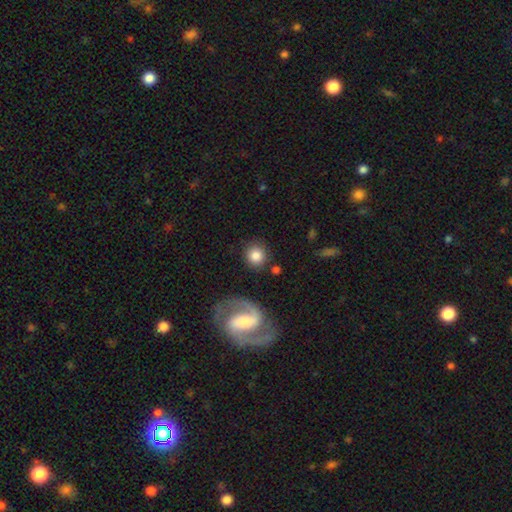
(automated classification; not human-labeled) smooth-or-featured: smooth: 79% | featured or disk: 12% | star or artifact: 8%
  how-rounded: round: 92% | in between: 7% | cigar-shaped: 1%
  merging: none: 84% | minor disturbance: 8% | merger: 4% | major disturbance: 4%